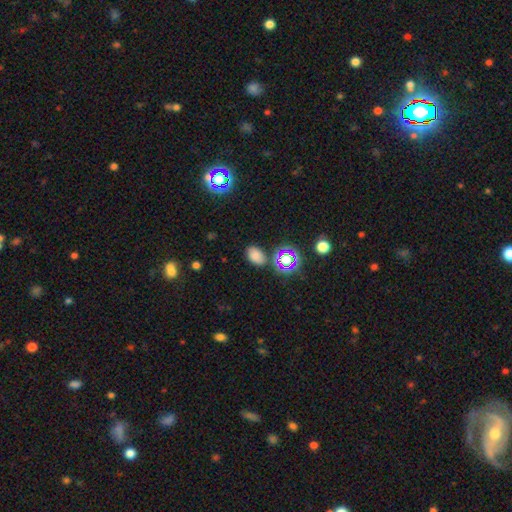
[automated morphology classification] Smooth or featured? smooth (72%)
How rounded? in between (82%)
Merging? none (77%)